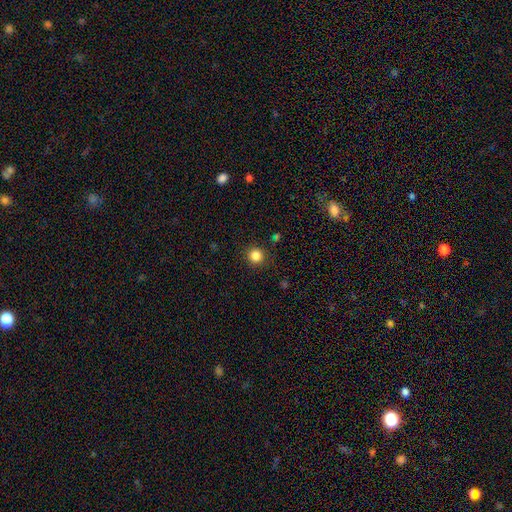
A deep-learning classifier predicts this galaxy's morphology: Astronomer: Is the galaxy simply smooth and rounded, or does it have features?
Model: smooth — 84%.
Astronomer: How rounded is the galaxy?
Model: round — 92%.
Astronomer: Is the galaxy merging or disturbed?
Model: none — 90%.